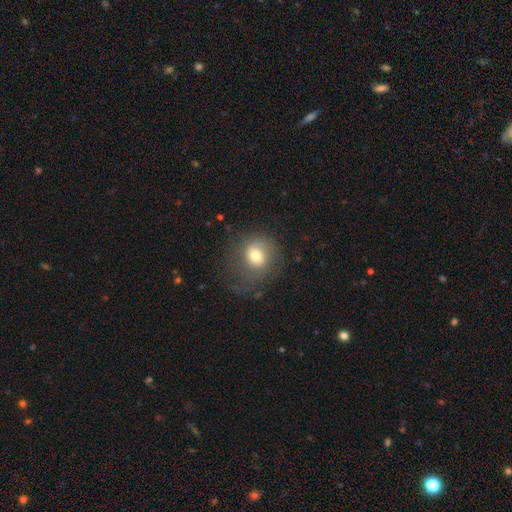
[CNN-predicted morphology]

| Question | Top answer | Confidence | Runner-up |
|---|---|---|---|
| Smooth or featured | smooth | 56% | featured or disk (34%) |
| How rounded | round | 75% | in between (24%) |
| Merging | none | 49% | major disturbance (26%) |